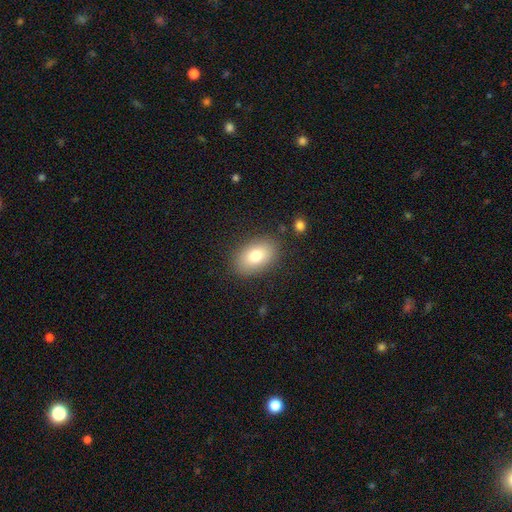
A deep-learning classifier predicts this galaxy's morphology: Smooth or featured? Predicted: smooth (p=0.79). How rounded? Predicted: in between (p=0.88). Merging? Predicted: none (p=0.85).